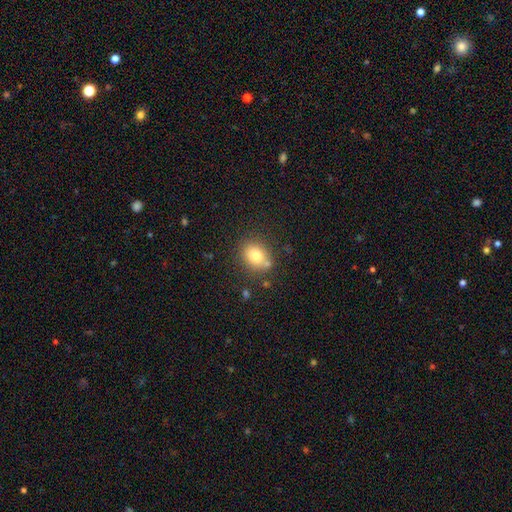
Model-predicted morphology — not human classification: Overall: smooth (77%). How rounded: round (55%; in between 44%). Merging: none (75%).